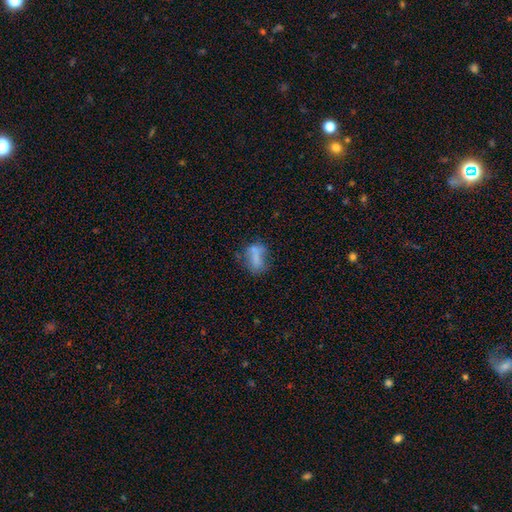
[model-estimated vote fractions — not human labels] This appears to be a smooth galaxy with no disk features (63%) that is in between round and cigar-shaped (74%). Merging: none (38%).